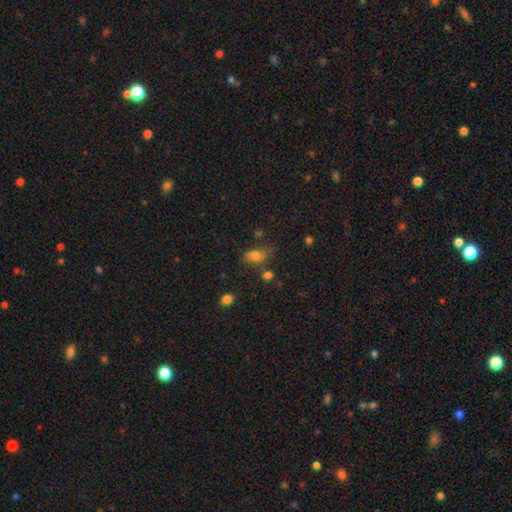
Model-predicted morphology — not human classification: This is likely a smooth galaxy (75%). How rounded: clearly in between (82%). Merging: possibly none (56%).